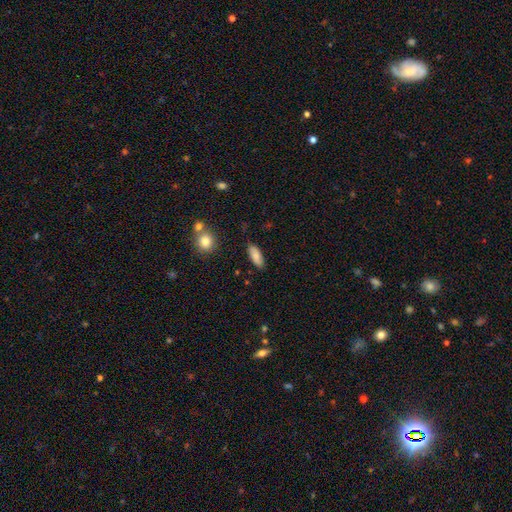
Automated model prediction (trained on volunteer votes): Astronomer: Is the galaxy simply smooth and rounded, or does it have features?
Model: smooth — 82%.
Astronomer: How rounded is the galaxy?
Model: in between — 77%.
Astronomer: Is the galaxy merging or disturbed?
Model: none — 85%.